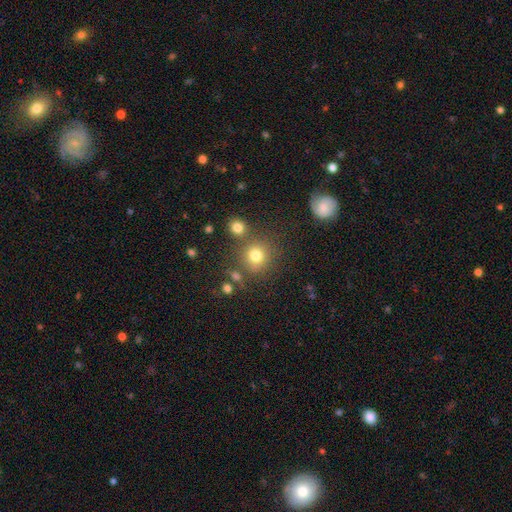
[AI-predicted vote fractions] Morphology: type=smooth (78%); roundness=round (89%); merging=none (72%).